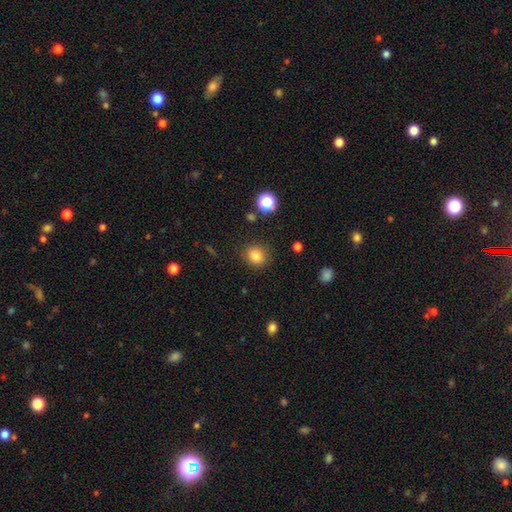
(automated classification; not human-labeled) A smooth galaxy with no disk features (83%) that is round (80%). Merging: none (86%).